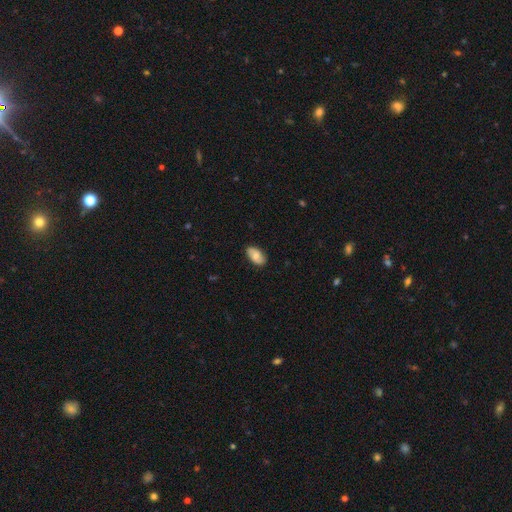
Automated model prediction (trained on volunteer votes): smooth 69%, featured or disk 24%, star or artifact 7%. Down the decision tree: how rounded — in between (94%); merging — none (84%).